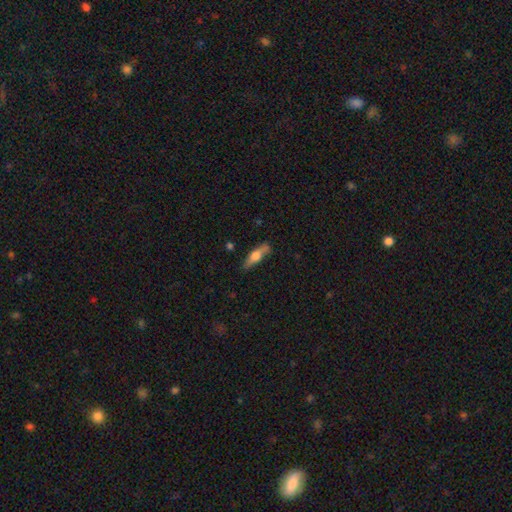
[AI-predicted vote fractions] Morphology: type=smooth (50%); merging=none (75%).